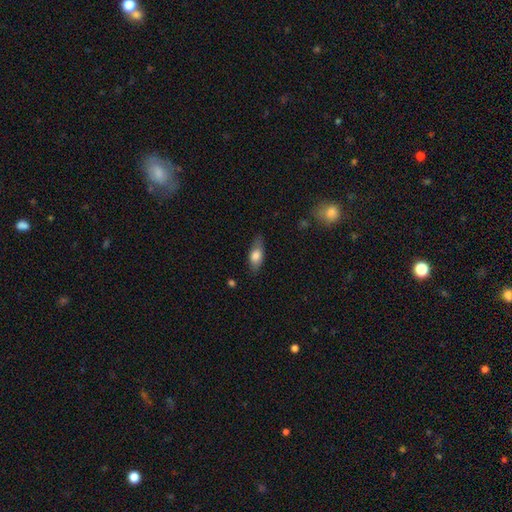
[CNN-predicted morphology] smooth_or_featured: smooth (p=0.72) [alt: featured or disk p=0.22]
how_rounded: in between (p=0.75) [alt: cigar-shaped p=0.20]
merging: none (p=0.76) [alt: minor disturbance p=0.18]